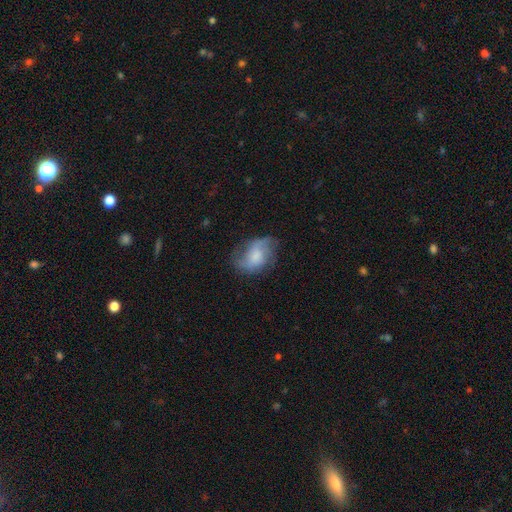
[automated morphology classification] A featured or disk galaxy (46%). Merging: none (55%).